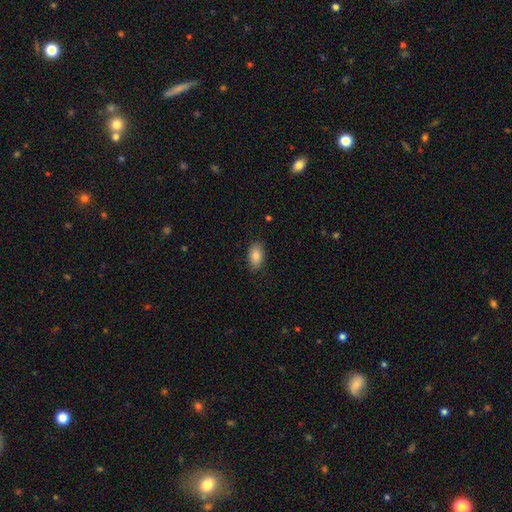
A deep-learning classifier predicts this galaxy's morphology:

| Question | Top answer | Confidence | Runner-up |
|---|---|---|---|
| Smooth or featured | smooth | 85% | star or artifact (7%) |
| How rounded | in between | 92% | round (6%) |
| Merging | none | 86% | minor disturbance (10%) |